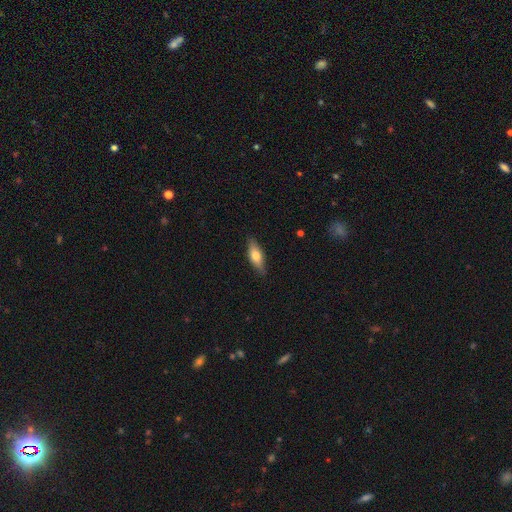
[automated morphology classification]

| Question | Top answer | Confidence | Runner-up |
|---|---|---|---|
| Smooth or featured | smooth | 63% | featured or disk (31%) |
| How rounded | in between | 64% | cigar-shaped (33%) |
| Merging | none | 86% | minor disturbance (11%) |